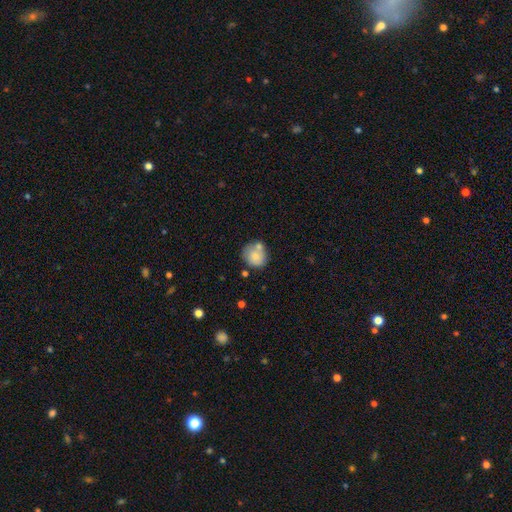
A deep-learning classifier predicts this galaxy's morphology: A smooth galaxy with no disk features (77%) that is round (82%). Merging: none (56%).